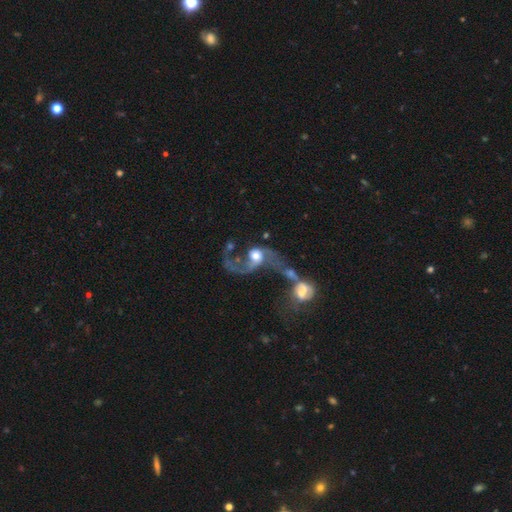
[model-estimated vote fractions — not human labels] smooth_or_featured: featured or disk (p=0.66) [alt: smooth p=0.25]
disk_edge_on: no (p=0.96) [alt: yes p=0.04]
bar: no (p=0.70) [alt: weak p=0.23]
has_spiral_arms: yes (p=0.77) [alt: no p=0.23]
bulge_size: moderate (p=0.51) [alt: large p=0.30]
merging: merger (p=0.64) [alt: major disturbance p=0.22]